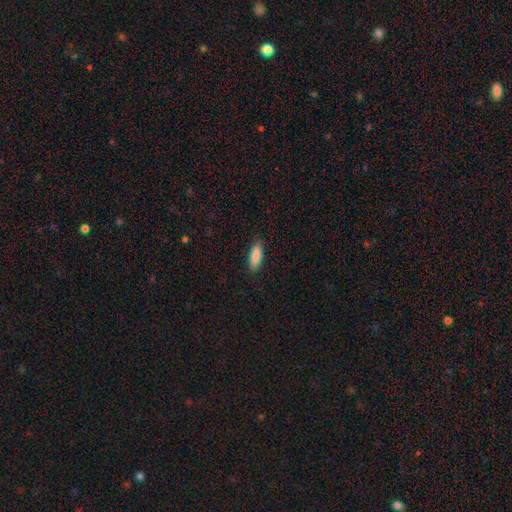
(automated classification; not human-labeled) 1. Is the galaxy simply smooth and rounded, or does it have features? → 87% smooth, 7% featured or disk, 6% star or artifact.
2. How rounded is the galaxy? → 53% in between, 45% cigar-shaped, 2% round.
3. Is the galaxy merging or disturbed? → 88% none, 9% minor disturbance, 2% major disturbance, 1% merger.